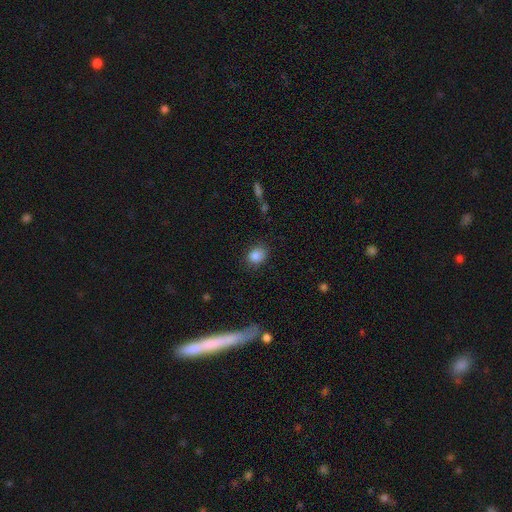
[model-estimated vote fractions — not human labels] smooth-or-featured: smooth: 85% | star or artifact: 10% | featured or disk: 5%
  how-rounded: round: 51% | in between: 48% | cigar-shaped: 1%
  merging: none: 82% | minor disturbance: 13% | major disturbance: 4% | merger: 2%